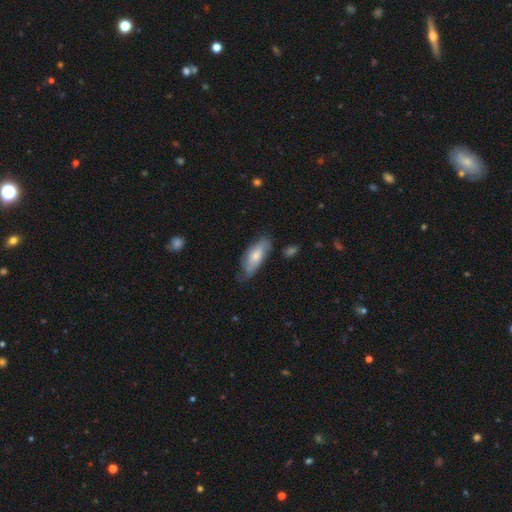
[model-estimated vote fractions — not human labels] This appears to be a smooth galaxy with no disk features (63%) that is in between round and cigar-shaped (79%). Merging: none (58%).